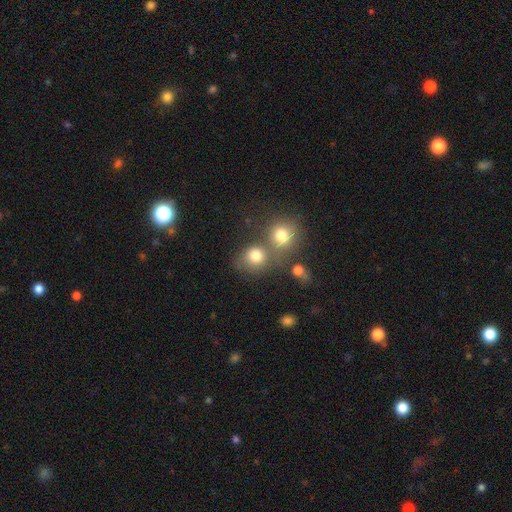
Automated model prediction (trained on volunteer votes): smooth_or_featured: smooth (p=0.79) [alt: star or artifact p=0.13]
how_rounded: round (p=0.81) [alt: in between p=0.17]
merging: none (p=0.50) [alt: merger p=0.36]